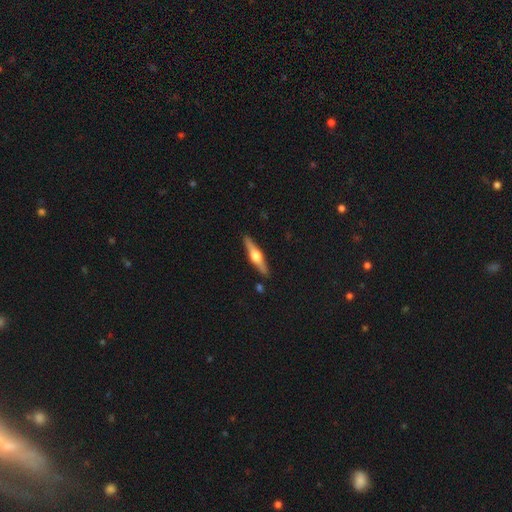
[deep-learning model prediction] The model was most divided on "smooth or featured": featured or disk: 72%, smooth: 23%, star or artifact: 5%. More confident: edge-on disk — yes (98%); edge-on bulge — rounded (94%); merging — none (90%).